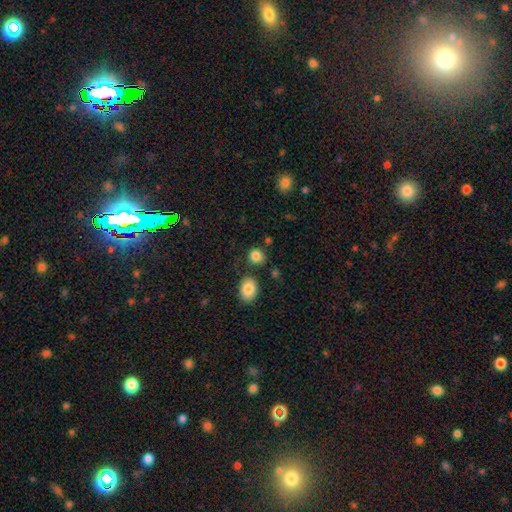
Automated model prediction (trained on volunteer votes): Overall: smooth (85%). How rounded: round (80%). Merging: none (75%).